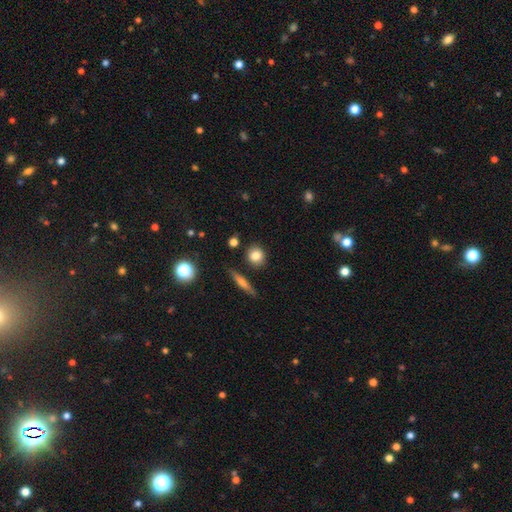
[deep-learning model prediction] Smooth or featured: smooth — 81% (featured or disk — 10%)
How rounded: round — 80% (in between — 17%)
Merging: none — 84% (minor disturbance — 9%)